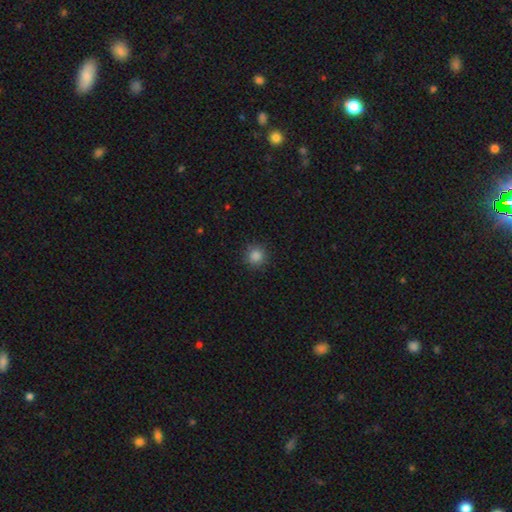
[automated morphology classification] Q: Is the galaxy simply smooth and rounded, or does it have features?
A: smooth — 85%.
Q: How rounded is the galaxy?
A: round — 93%.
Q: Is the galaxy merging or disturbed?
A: none — 90%.